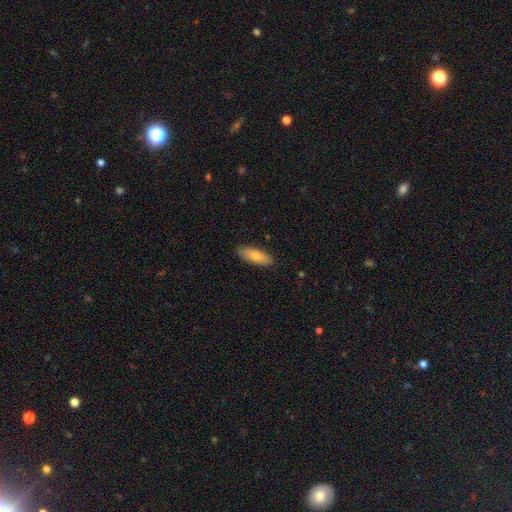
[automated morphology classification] smooth_or_featured: smooth (p=0.72) [alt: featured or disk p=0.21]
how_rounded: in between (p=0.63) [alt: cigar-shaped p=0.35]
merging: none (p=0.88) [alt: minor disturbance p=0.10]